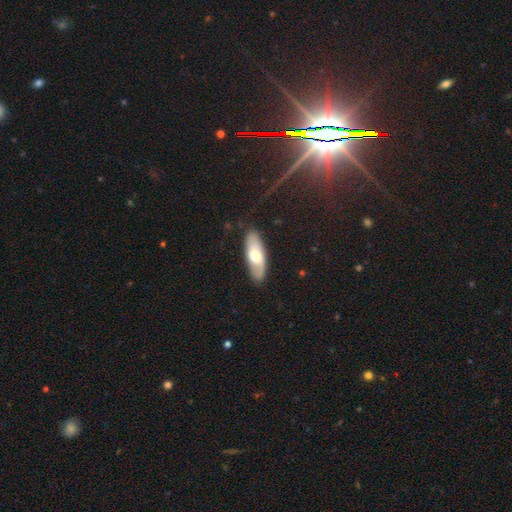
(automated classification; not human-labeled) A smooth galaxy with no disk features (56%) that is in between round and cigar-shaped (69%). Merging: none (82%).